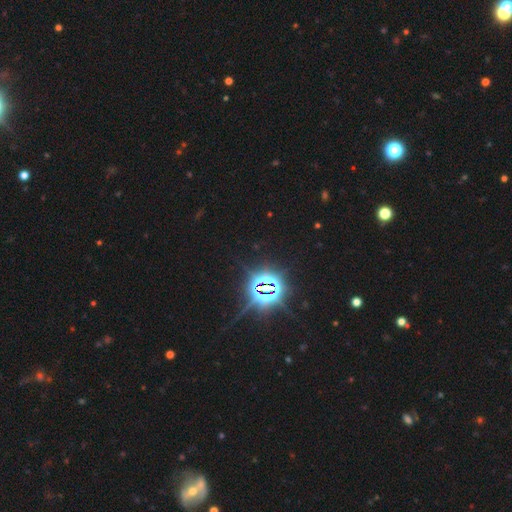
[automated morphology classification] This appears to be a star or artifact, not a galaxy (84%).